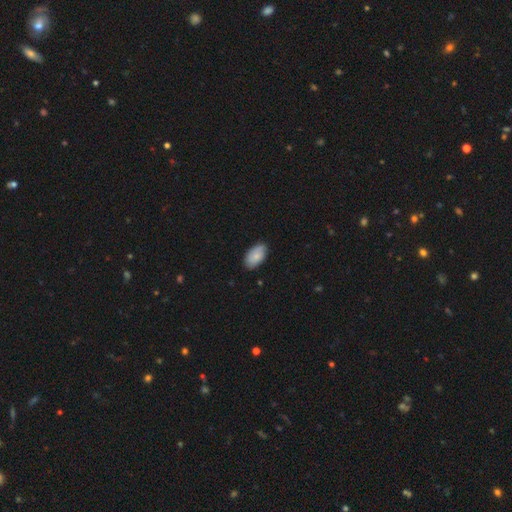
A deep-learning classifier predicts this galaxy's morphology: This appears to be a smooth galaxy with no disk features (78%) that is in between round and cigar-shaped (94%). Merging: none (81%).